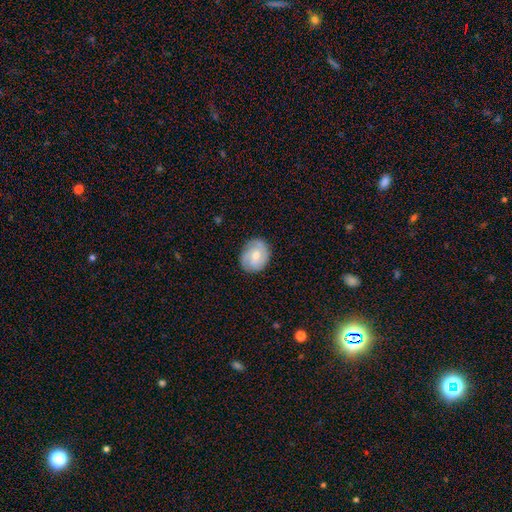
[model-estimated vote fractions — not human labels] Overall: smooth (47%; featured or disk 46%). Merging: none (80%).